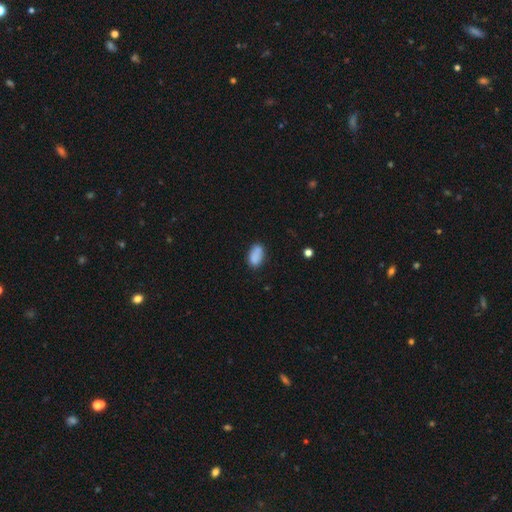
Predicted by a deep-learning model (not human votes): smooth_or_featured: smooth (p=0.84) [alt: star or artifact p=0.08]
how_rounded: in between (p=0.91) [alt: round p=0.07]
merging: none (p=0.68) [alt: minor disturbance p=0.18]